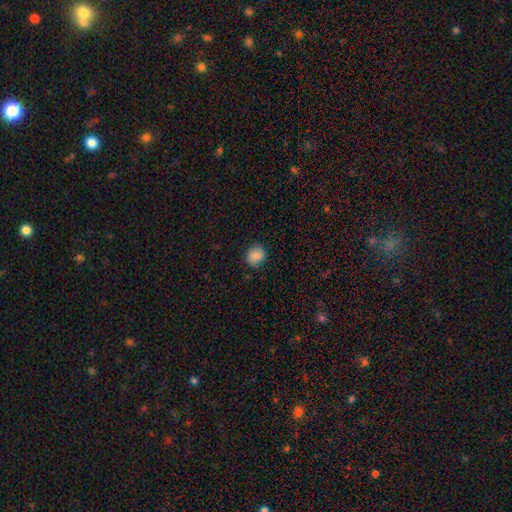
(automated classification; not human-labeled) smooth_or_featured: smooth (p=0.83) [alt: featured or disk p=0.09]
how_rounded: round (p=0.74) [alt: in between p=0.26]
merging: none (p=0.82) [alt: minor disturbance p=0.14]